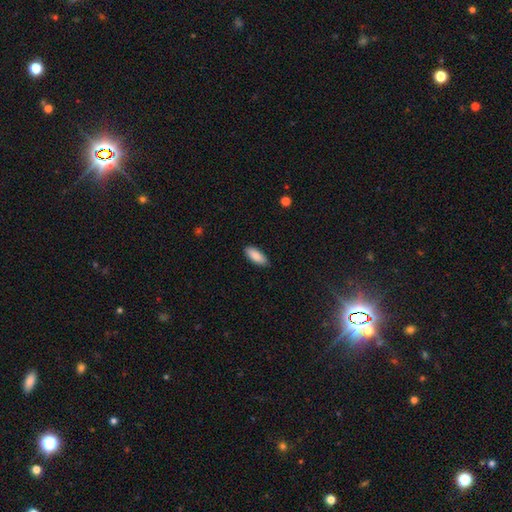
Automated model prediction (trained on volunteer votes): This is clearly a smooth galaxy (88%). How rounded: likely in between (77%). Merging: clearly none (86%).